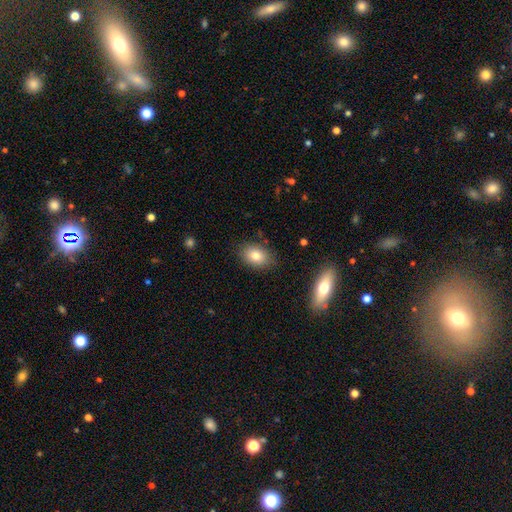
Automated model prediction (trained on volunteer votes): This appears to be a smooth galaxy with no disk features (81%) that is in between round and cigar-shaped (80%). Merging: none (83%).